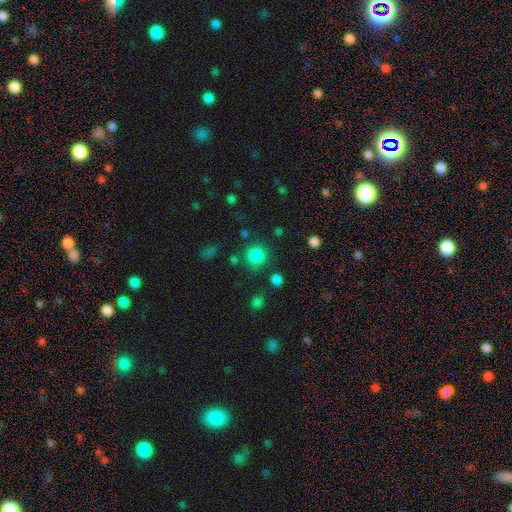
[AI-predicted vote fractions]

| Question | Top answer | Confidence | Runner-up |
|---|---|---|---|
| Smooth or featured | smooth | 83% | star or artifact (12%) |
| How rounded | round | 92% | in between (7%) |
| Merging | none | 82% | minor disturbance (9%) |